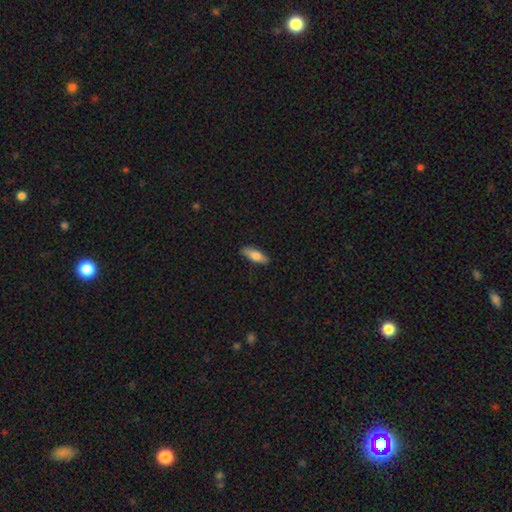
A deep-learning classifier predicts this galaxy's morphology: Overall: smooth (74%). How rounded: in between (56%; cigar-shaped 42%). Merging: none (87%).